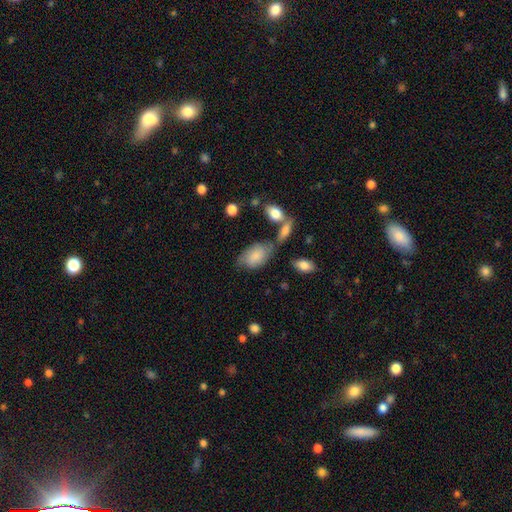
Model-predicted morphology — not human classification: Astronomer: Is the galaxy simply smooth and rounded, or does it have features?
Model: smooth — 74%.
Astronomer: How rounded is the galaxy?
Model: in between — 91%.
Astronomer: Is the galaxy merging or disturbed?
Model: none — 51% (runner-up: minor disturbance, 26%).